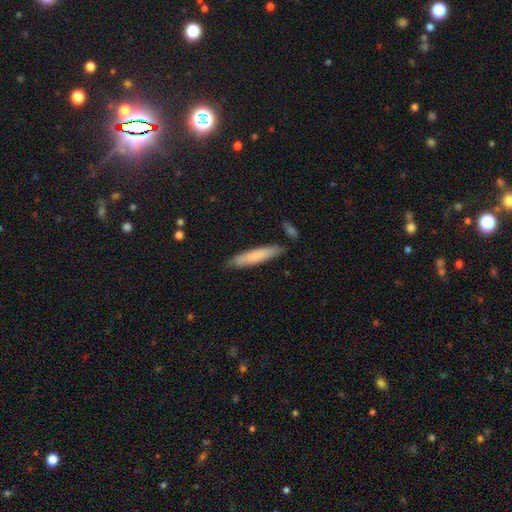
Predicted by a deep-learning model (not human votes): This is likely a smooth galaxy (75%). How rounded: clearly cigar-shaped (87%). Merging: clearly none (82%).